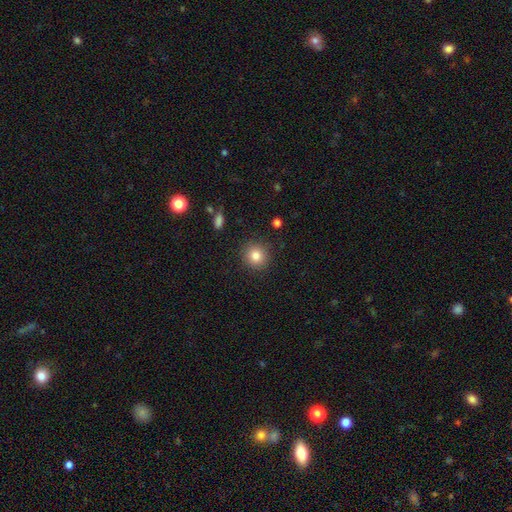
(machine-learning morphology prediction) Q: Smooth or featured?
A: smooth (83%); runner-up: star or artifact (11%)
Q: How rounded?
A: round (90%); runner-up: in between (9%)
Q: Merging?
A: none (89%); runner-up: minor disturbance (7%)